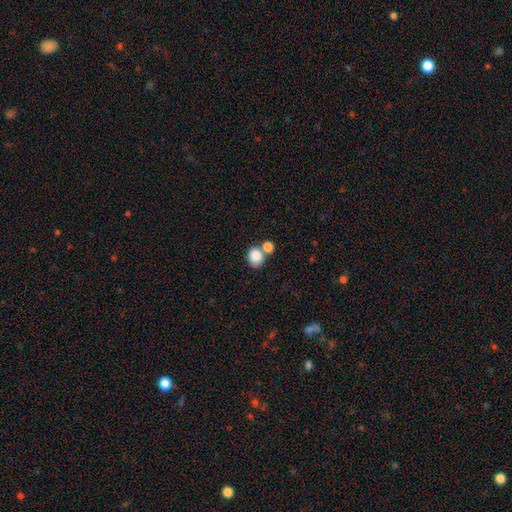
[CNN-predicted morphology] A smooth galaxy with no disk features (86%) that is round (69%).

Vote fractions:
- Smooth or featured? smooth: 86% / star or artifact: 9% / featured or disk: 5%
- How rounded? round: 69% / in between: 30% / cigar-shaped: 1%
- Merging? none: 55% / merger: 33% / minor disturbance: 9% / major disturbance: 4%